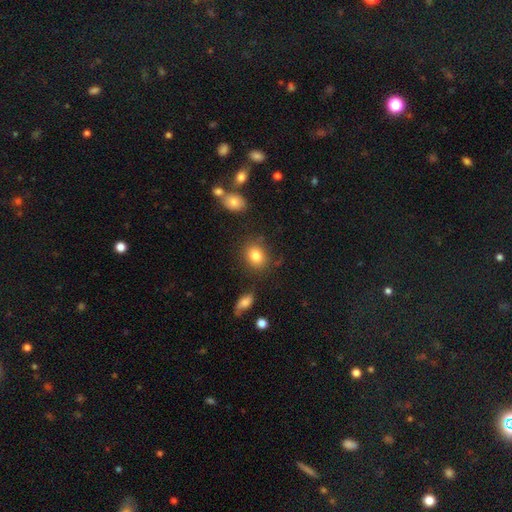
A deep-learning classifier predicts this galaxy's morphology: Smooth or featured? smooth (82%)
How rounded? round (56%)
Merging? none (81%)